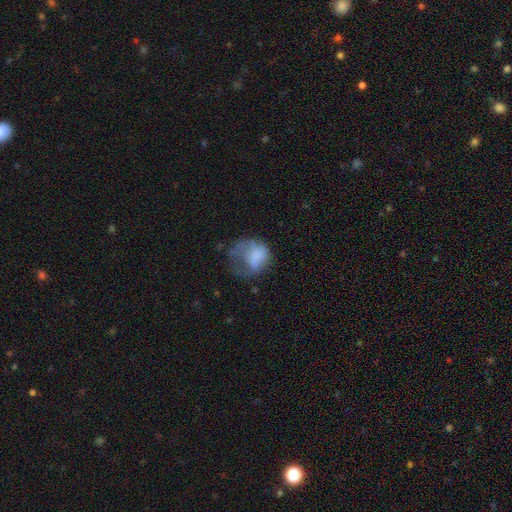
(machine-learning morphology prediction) The model was most divided on "how rounded": in between: 50%, round: 49%, cigar-shaped: 1%. More confident: smooth or featured — smooth (62%); merging — major disturbance (51%).